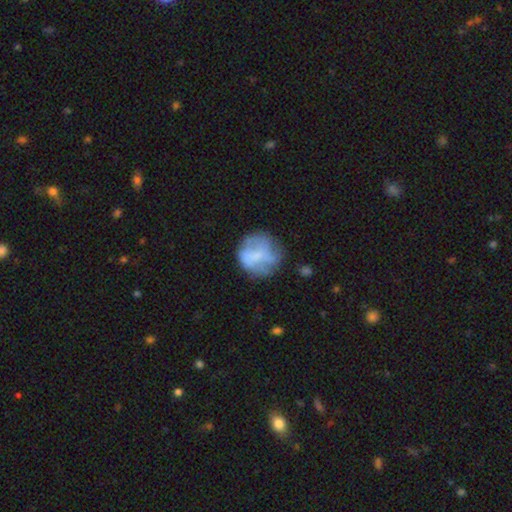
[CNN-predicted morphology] Q: Smooth or featured?
A: smooth (47%); runner-up: featured or disk (43%)
Q: Merging?
A: none (58%); runner-up: minor disturbance (21%)